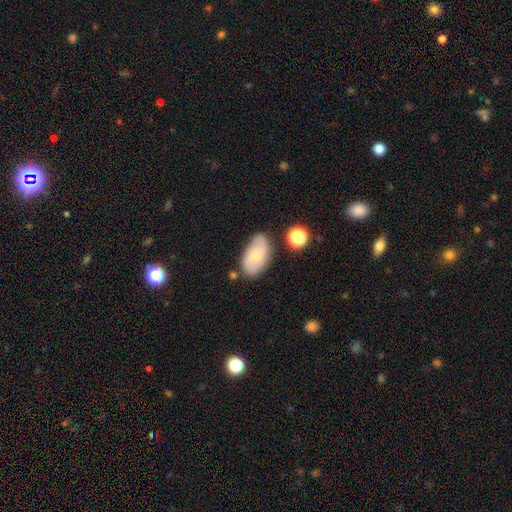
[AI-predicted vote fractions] Smooth or featured: smooth — 49% (featured or disk — 43%)
Merging: none — 69% (minor disturbance — 20%)